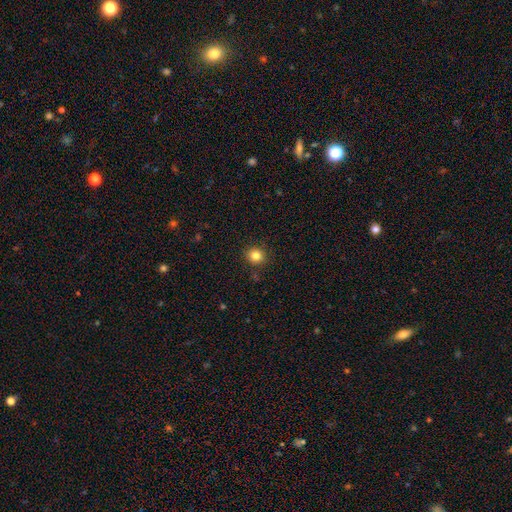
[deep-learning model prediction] This appears to be a smooth galaxy with no disk features (83%) that is round (85%). Merging: none (90%).